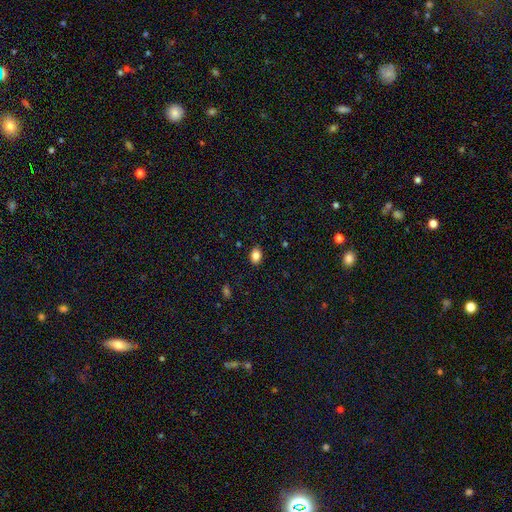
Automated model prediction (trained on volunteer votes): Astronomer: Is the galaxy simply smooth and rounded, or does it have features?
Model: smooth — 85%.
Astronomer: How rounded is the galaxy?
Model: in between — 74%.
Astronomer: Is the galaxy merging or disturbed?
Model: none — 88%.